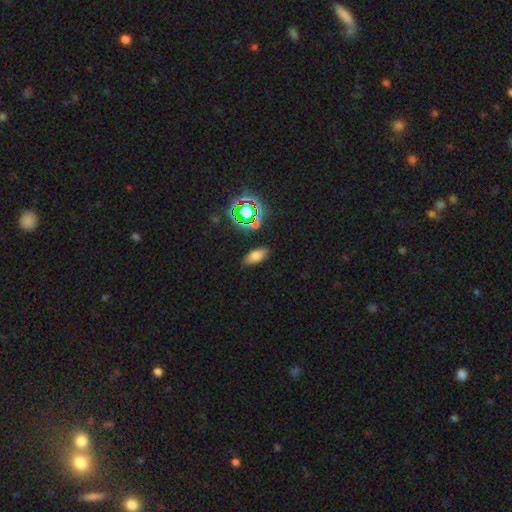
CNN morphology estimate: Smooth or featured?
  - smooth: 69% *
  - star or artifact: 19%
  - featured or disk: 12%
How rounded?
  - in between: 87% *
  - cigar-shaped: 7%
  - round: 5%
Merging?
  - none: 82% *
  - minor disturbance: 13%
  - major disturbance: 3%
  - merger: 2%